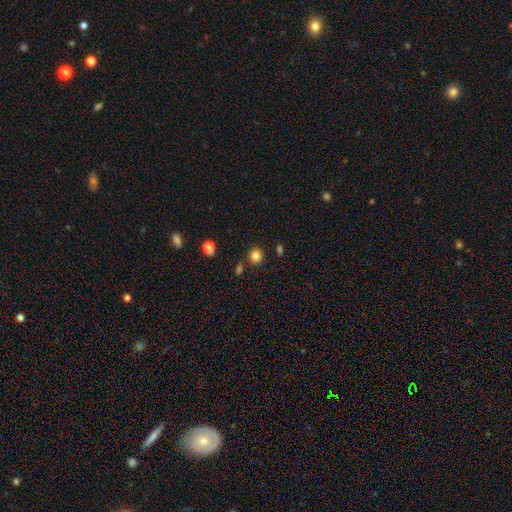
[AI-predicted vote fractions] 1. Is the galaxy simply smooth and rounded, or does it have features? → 84% smooth, 11% star or artifact, 5% featured or disk.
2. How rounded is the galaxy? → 80% round, 19% in between, 1% cigar-shaped.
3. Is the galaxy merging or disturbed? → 83% none, 9% minor disturbance, 5% merger, 3% major disturbance.